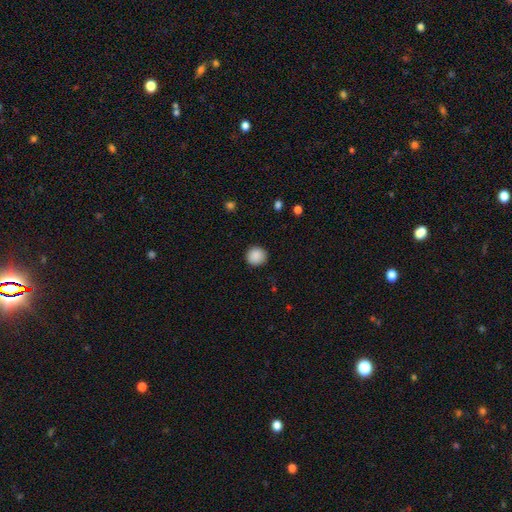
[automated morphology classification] Smooth or featured? Predicted: smooth (p=0.89). How rounded? Predicted: round (p=0.91). Merging? Predicted: none (p=0.90).